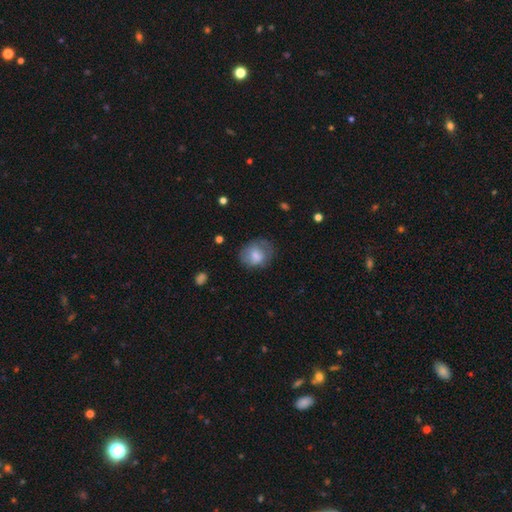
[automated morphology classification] This is likely a smooth galaxy (72%). How rounded: possibly round (54%). Merging: possibly none (59%).